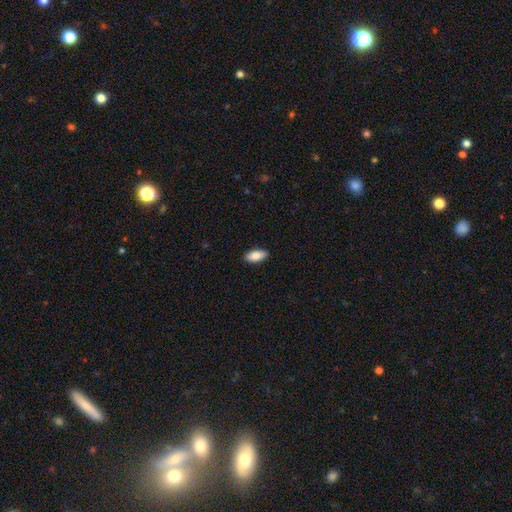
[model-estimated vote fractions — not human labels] This is clearly a smooth galaxy (86%). How rounded: clearly in between (87%). Merging: clearly none (90%).